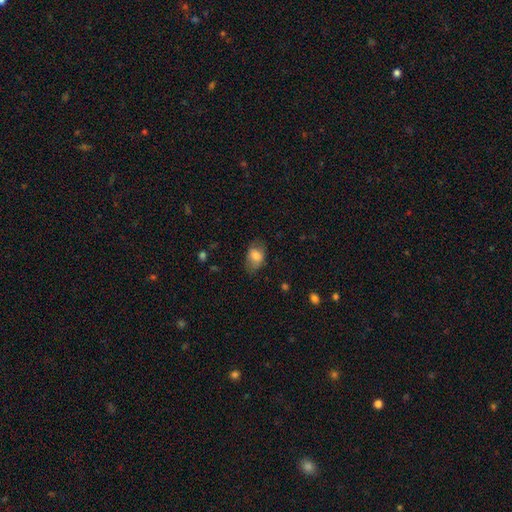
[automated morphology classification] This appears to be a smooth galaxy with no disk features (77%) that is in between round and cigar-shaped (82%). Merging: none (67%).